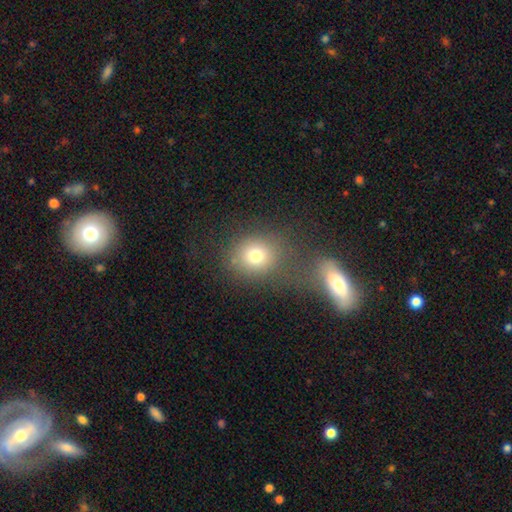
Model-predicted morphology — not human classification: smooth_or_featured: smooth (p=0.75) [alt: star or artifact p=0.14]
how_rounded: round (p=0.72) [alt: in between p=0.27]
merging: none (p=0.56) [alt: merger p=0.26]